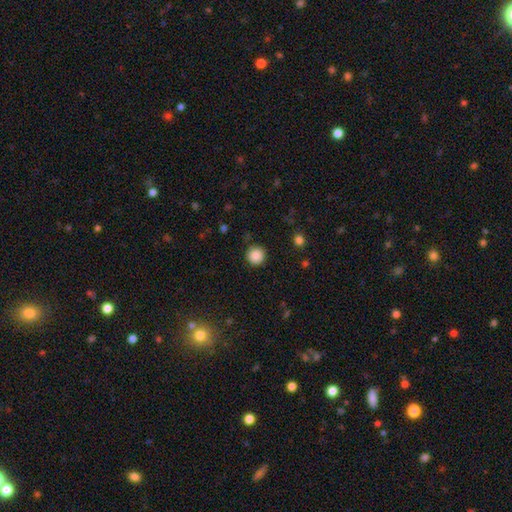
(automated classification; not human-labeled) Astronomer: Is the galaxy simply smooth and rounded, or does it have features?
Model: smooth — 87%.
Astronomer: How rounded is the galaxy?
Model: round — 95%.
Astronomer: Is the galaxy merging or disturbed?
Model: none — 90%.